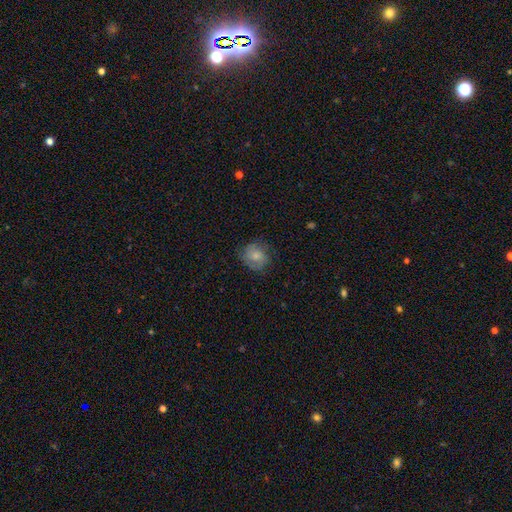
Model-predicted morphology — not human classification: Smooth or featured?
  - smooth: 70% *
  - featured or disk: 22%
  - star or artifact: 8%
How rounded?
  - round: 76% *
  - in between: 23%
  - cigar-shaped: 1%
Merging?
  - none: 73% *
  - minor disturbance: 20%
  - major disturbance: 6%
  - merger: 1%